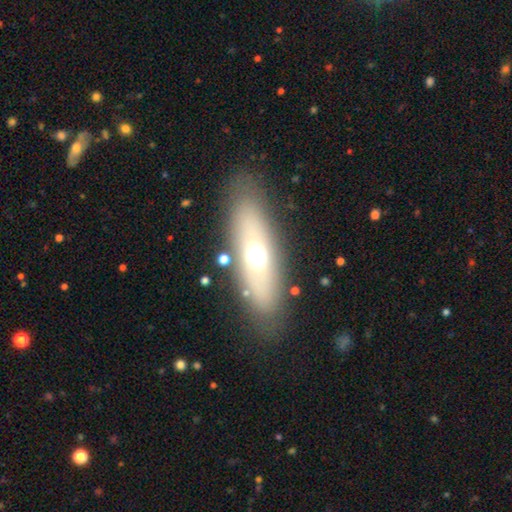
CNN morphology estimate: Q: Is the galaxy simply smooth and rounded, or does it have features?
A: smooth — 49%.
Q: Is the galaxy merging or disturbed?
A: none — 82%.